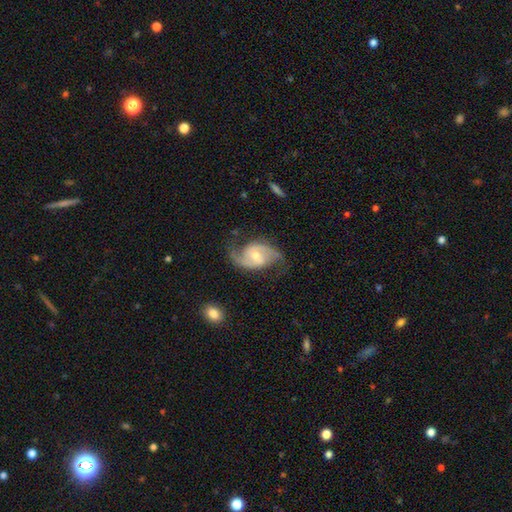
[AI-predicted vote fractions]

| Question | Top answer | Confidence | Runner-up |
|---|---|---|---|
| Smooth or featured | featured or disk | 89% | smooth (7%) |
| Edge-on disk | no | 97% | yes (3%) |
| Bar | weak | 46% | no (44%) |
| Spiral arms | yes | 97% | no (3%) |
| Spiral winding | medium | 48% | loose (38%) |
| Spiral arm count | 2 | 92% | can't tell (3%) |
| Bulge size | moderate | 55% | small (38%) |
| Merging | none | 73% | minor disturbance (17%) |